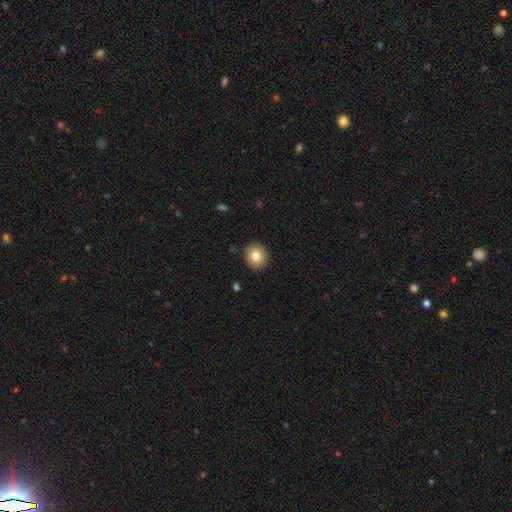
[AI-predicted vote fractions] Smooth or featured?
  - smooth: 81% *
  - featured or disk: 10%
  - star or artifact: 9%
How rounded?
  - round: 82% *
  - in between: 18%
  - cigar-shaped: 1%
Merging?
  - none: 91% *
  - minor disturbance: 6%
  - major disturbance: 2%
  - merger: 1%